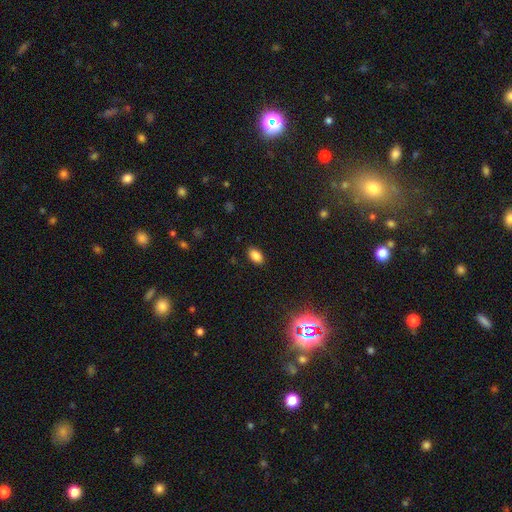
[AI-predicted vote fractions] Overall: smooth (86%). How rounded: in between (91%). Merging: none (88%).